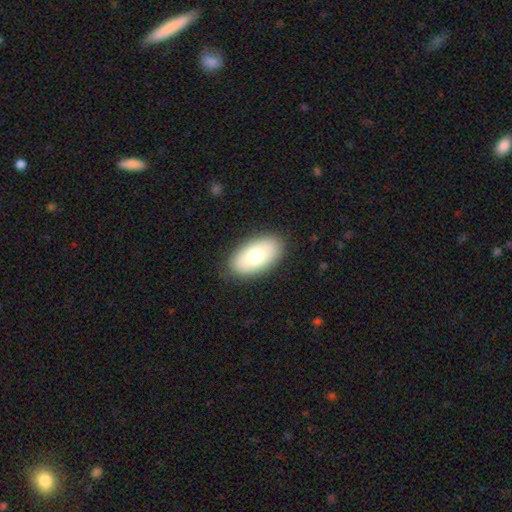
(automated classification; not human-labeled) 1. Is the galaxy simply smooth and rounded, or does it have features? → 72% smooth, 21% featured or disk, 7% star or artifact.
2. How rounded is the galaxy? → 93% in between, 5% round, 2% cigar-shaped.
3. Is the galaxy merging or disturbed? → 86% none, 10% minor disturbance, 3% major disturbance, 1% merger.